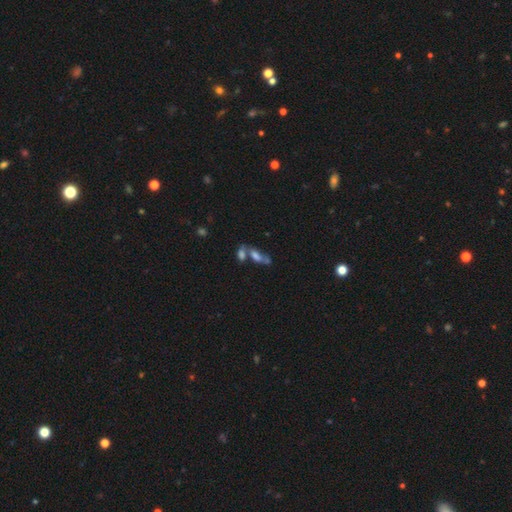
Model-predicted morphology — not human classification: This appears to be a smooth galaxy with no disk features (59%) that is in between round and cigar-shaped (75%). Merging: merger (50%).